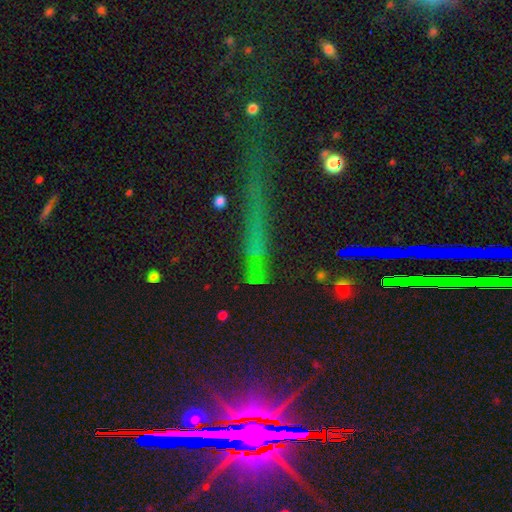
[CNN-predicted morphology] A star or artifact, not a galaxy (55%).

Vote fractions:
- Smooth or featured? star or artifact: 55% / smooth: 28% / featured or disk: 17%